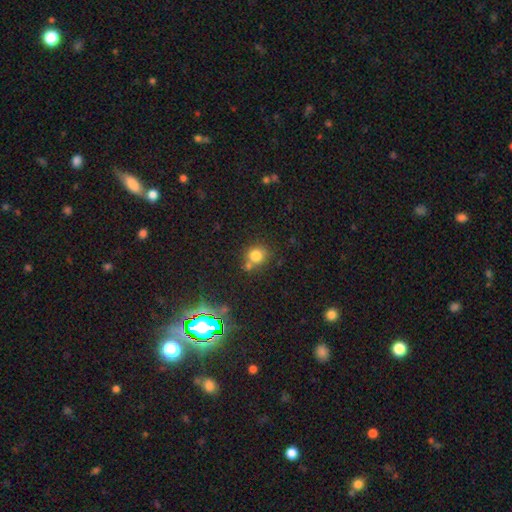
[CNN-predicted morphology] A smooth galaxy with no disk features (77%) that is round (85%). Merging: none (63%).